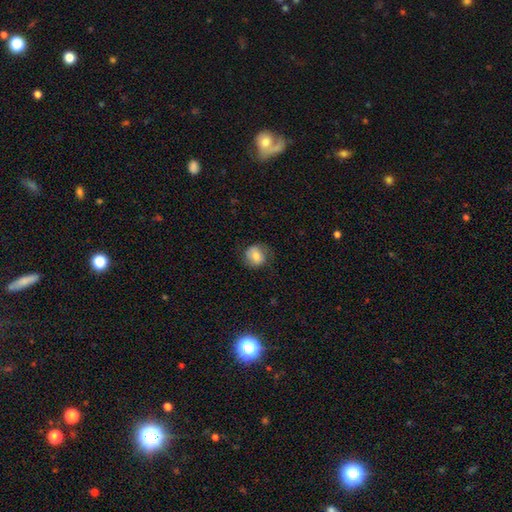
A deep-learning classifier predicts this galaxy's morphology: A smooth galaxy with no disk features (71%) that is round (77%).

Vote fractions:
- Smooth or featured? smooth: 71% / featured or disk: 20% / star or artifact: 9%
- How rounded? round: 77% / in between: 22% / cigar-shaped: 1%
- Merging? none: 72% / minor disturbance: 19% / major disturbance: 8% / merger: 1%